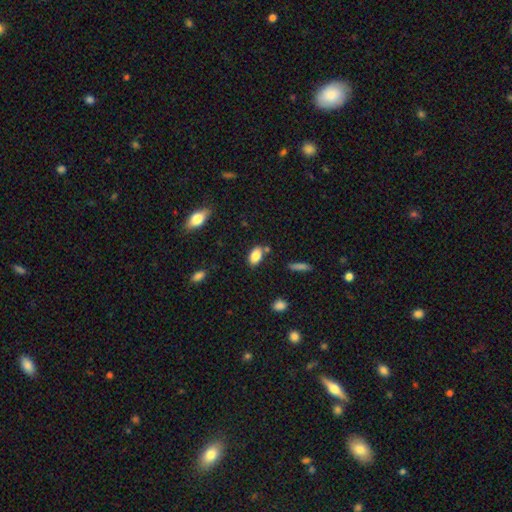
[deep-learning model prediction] Q: Smooth or featured?
A: smooth (83%); runner-up: featured or disk (8%)
Q: How rounded?
A: in between (91%); runner-up: round (6%)
Q: Merging?
A: none (75%); runner-up: minor disturbance (13%)